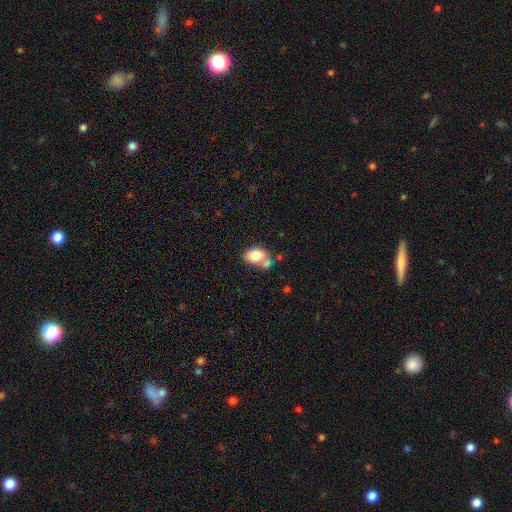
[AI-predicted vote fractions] A smooth galaxy with no disk features (81%) that is in between round and cigar-shaped (83%). Merging: none (40%).